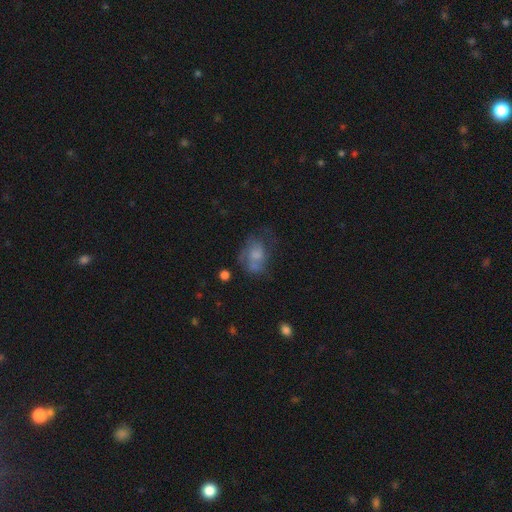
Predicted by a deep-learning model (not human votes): Q: Smooth or featured?
A: smooth (51%); runner-up: featured or disk (38%)
Q: How rounded?
A: in between (66%); runner-up: round (33%)
Q: Merging?
A: none (36%); runner-up: major disturbance (27%)